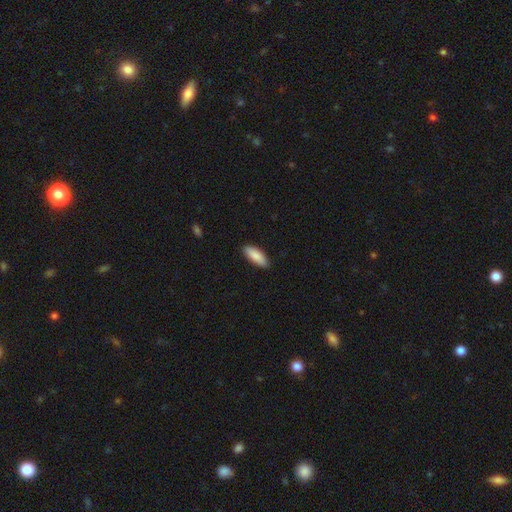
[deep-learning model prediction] Smooth or featured?
  - smooth: 89% *
  - featured or disk: 6%
  - star or artifact: 5%
How rounded?
  - in between: 71% *
  - cigar-shaped: 28%
  - round: 2%
Merging?
  - none: 89% *
  - minor disturbance: 9%
  - major disturbance: 2%
  - merger: 1%